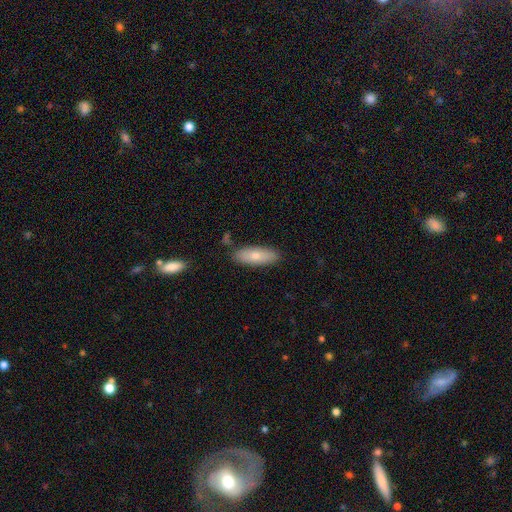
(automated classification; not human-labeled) Smooth or featured?
  - smooth: 75% *
  - featured or disk: 19%
  - star or artifact: 6%
How rounded?
  - in between: 63% *
  - cigar-shaped: 35%
  - round: 2%
Merging?
  - none: 82% *
  - minor disturbance: 12%
  - merger: 3%
  - major disturbance: 2%